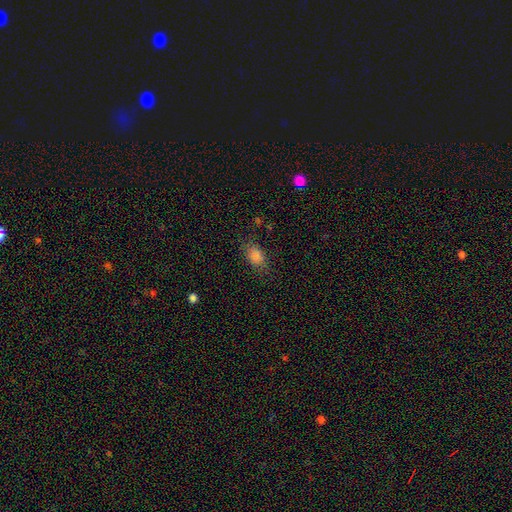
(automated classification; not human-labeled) smooth_or_featured: smooth (p=0.81) [alt: star or artifact p=0.12]
how_rounded: in between (p=0.79) [alt: round p=0.18]
merging: none (p=0.77) [alt: minor disturbance p=0.16]